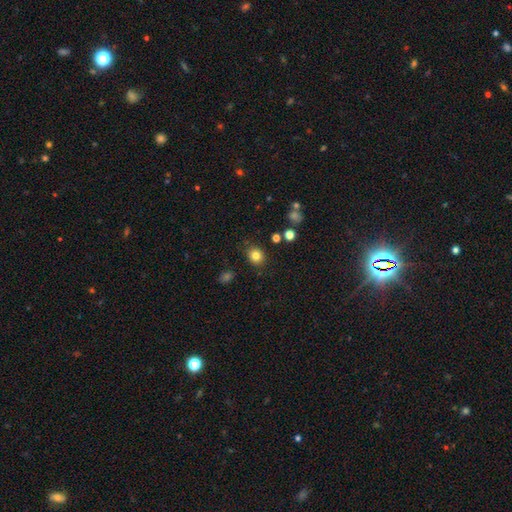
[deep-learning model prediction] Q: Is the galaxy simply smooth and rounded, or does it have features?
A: smooth — 81%.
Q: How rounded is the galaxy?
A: round — 78%.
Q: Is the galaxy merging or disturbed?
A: none — 87%.